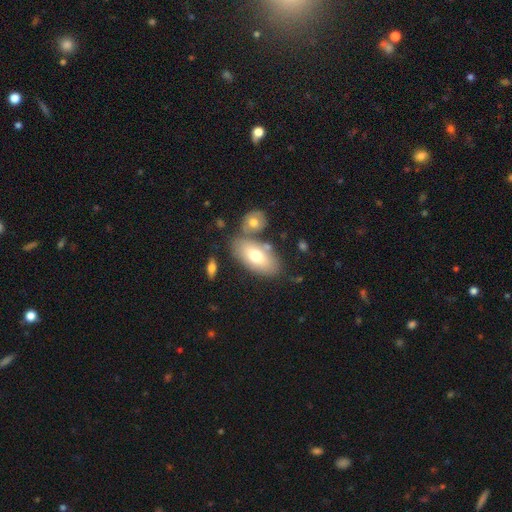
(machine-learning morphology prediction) Smooth or featured? smooth (69%)
How rounded? in between (91%)
Merging? none (63%)